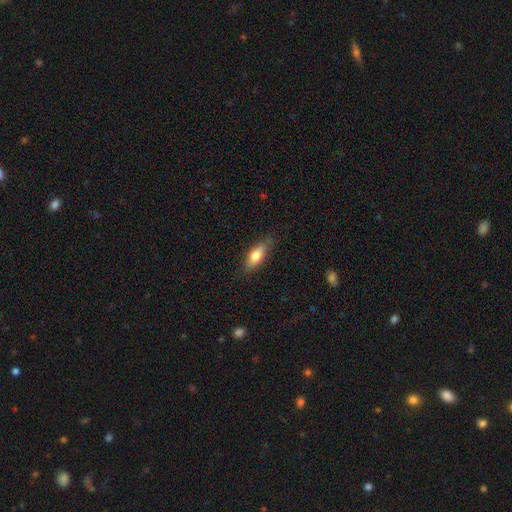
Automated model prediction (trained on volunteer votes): smooth 69%, featured or disk 24%, star or artifact 7%. Down the decision tree: how rounded — in between (63%); merging — none (79%).